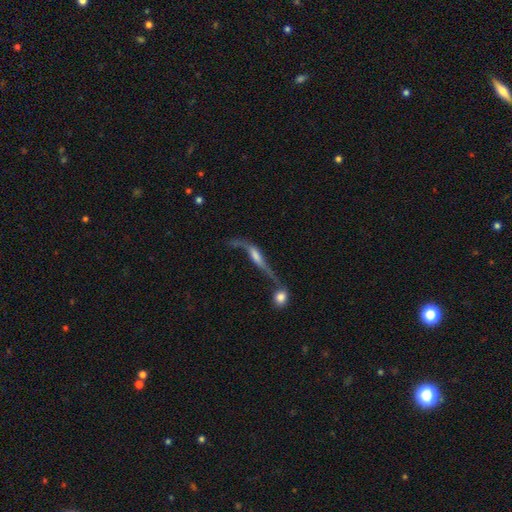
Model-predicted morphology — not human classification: smooth-or-featured: featured or disk: 72% | smooth: 19% | star or artifact: 9%
  disk-edge-on: yes: 53% | no: 47%
  merging: merger: 32% | none: 29% | major disturbance: 24% | minor disturbance: 16%